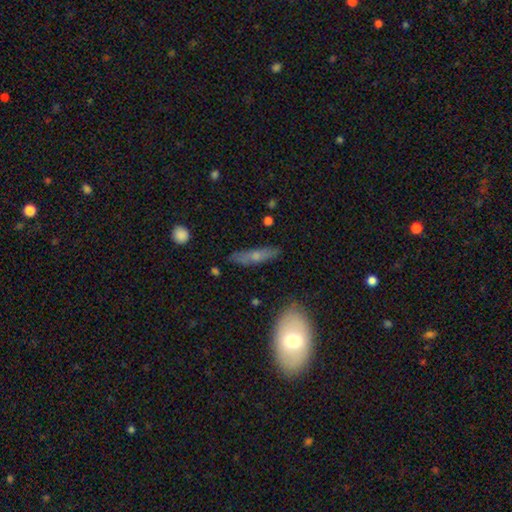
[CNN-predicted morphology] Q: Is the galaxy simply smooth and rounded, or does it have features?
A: smooth — 52%.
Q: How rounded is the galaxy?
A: cigar-shaped — 69%.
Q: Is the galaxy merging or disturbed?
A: none — 80%.